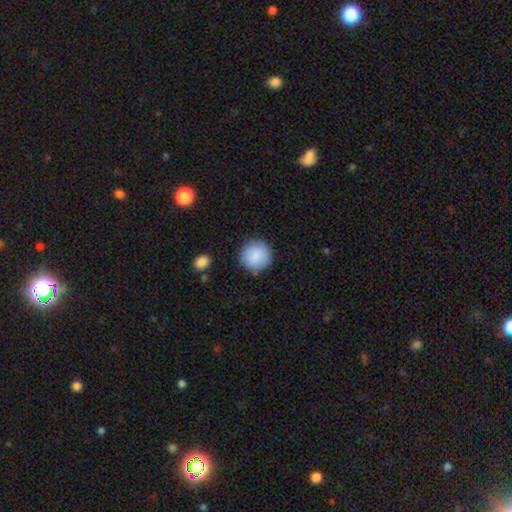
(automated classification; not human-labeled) Smooth or featured? Predicted: smooth (p=0.87). How rounded? Predicted: round (p=0.94). Merging? Predicted: none (p=0.83).